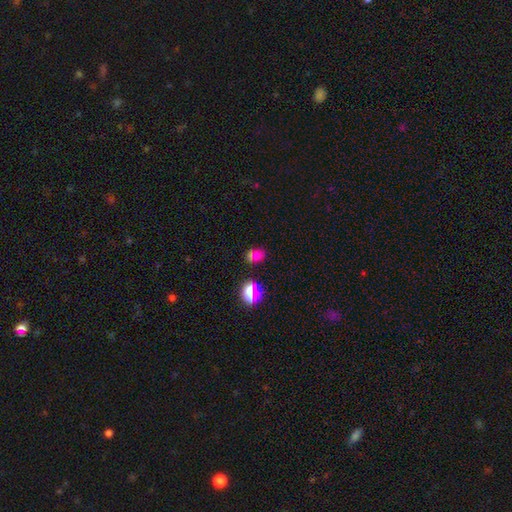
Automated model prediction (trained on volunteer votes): smooth 57%, star or artifact 30%, featured or disk 13%. Down the decision tree: how rounded — in between (50%); merging — none (50%).